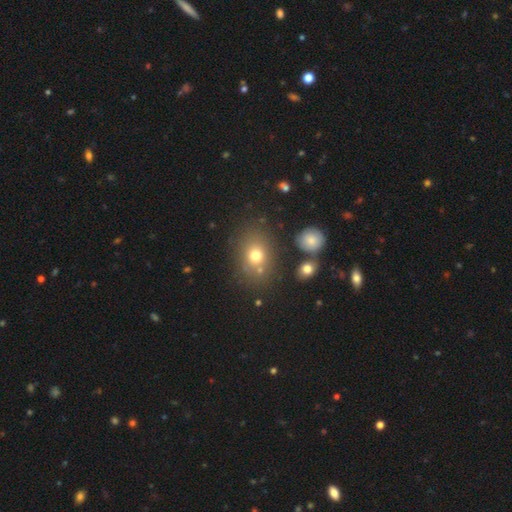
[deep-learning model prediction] Overall: smooth (72%). How rounded: in between (51%; round 48%). Merging: none (75%).